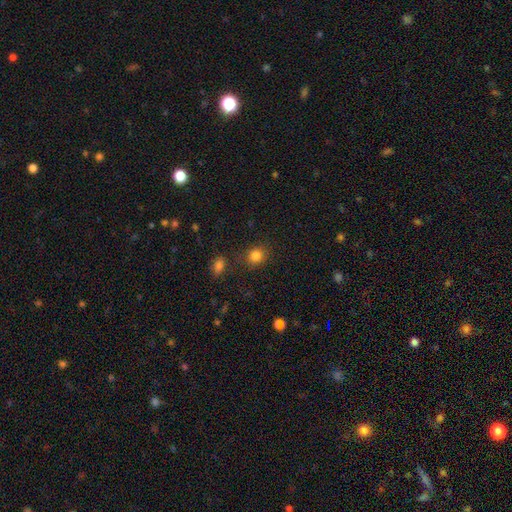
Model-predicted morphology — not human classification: smooth-or-featured: smooth: 83% | star or artifact: 12% | featured or disk: 6%
  how-rounded: round: 72% | in between: 27% | cigar-shaped: 1%
  merging: none: 81% | minor disturbance: 11% | merger: 5% | major disturbance: 4%